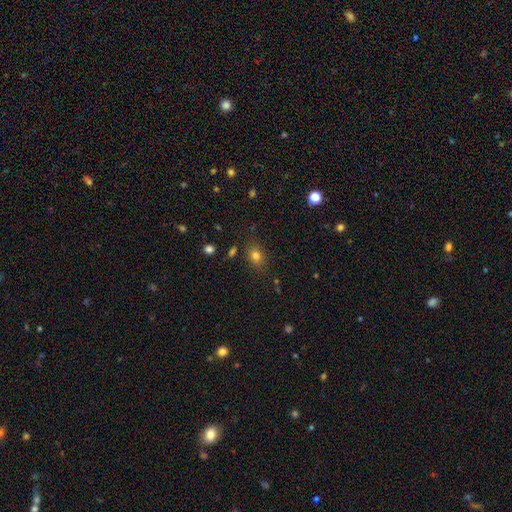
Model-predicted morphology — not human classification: Smooth or featured? smooth (78%)
How rounded? in between (56%)
Merging? none (81%)